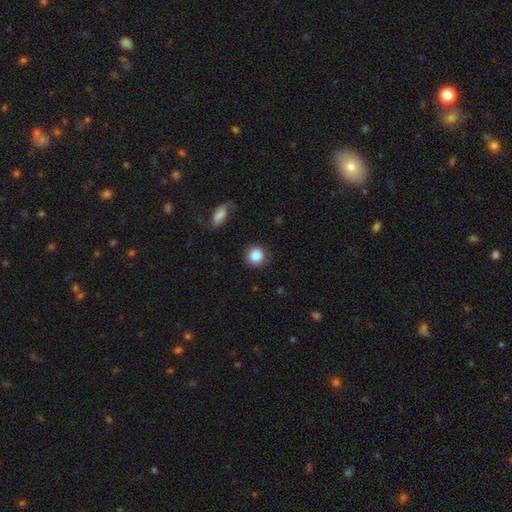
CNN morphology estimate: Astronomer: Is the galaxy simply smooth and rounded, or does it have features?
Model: smooth — 85%.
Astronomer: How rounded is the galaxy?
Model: round — 90%.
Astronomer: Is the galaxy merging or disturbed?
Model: none — 84%.